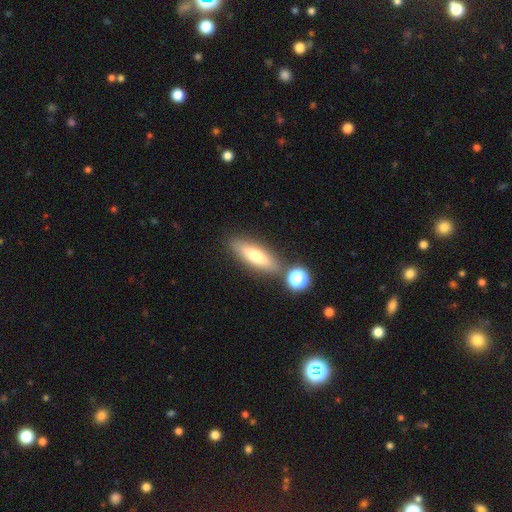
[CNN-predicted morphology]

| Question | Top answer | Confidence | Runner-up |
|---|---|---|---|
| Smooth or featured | smooth | 64% | featured or disk (28%) |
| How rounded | cigar-shaped | 53% | in between (44%) |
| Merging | none | 77% | minor disturbance (11%) |